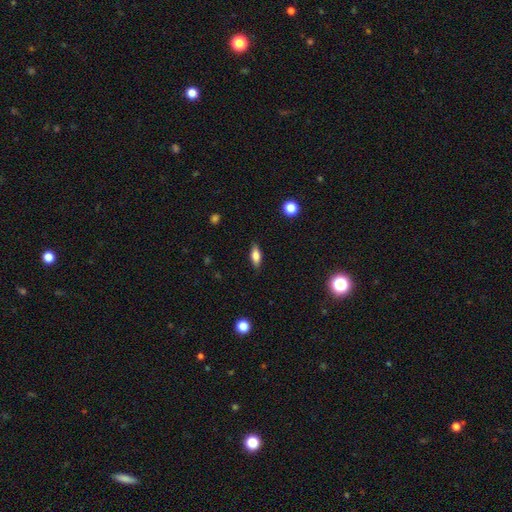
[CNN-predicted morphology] Q: Smooth or featured?
A: smooth (75%); runner-up: featured or disk (17%)
Q: How rounded?
A: in between (75%); runner-up: cigar-shaped (21%)
Q: Merging?
A: none (85%); runner-up: minor disturbance (11%)